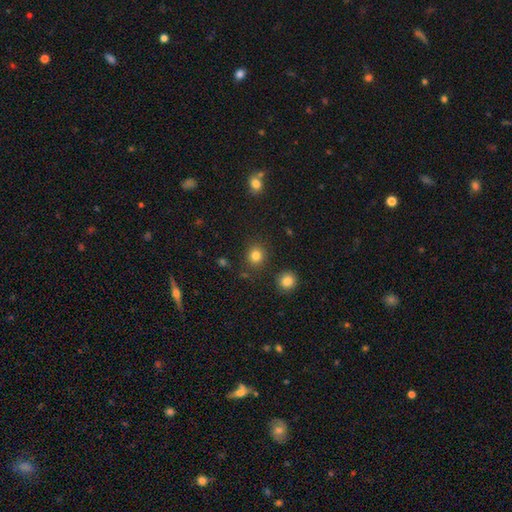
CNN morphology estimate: A smooth galaxy with no disk features (82%) that is round (84%).

Vote fractions:
- Smooth or featured? smooth: 82% / star or artifact: 13% / featured or disk: 5%
- How rounded? round: 84% / in between: 15% / cigar-shaped: 1%
- Merging? none: 87% / minor disturbance: 7% / merger: 3% / major disturbance: 3%